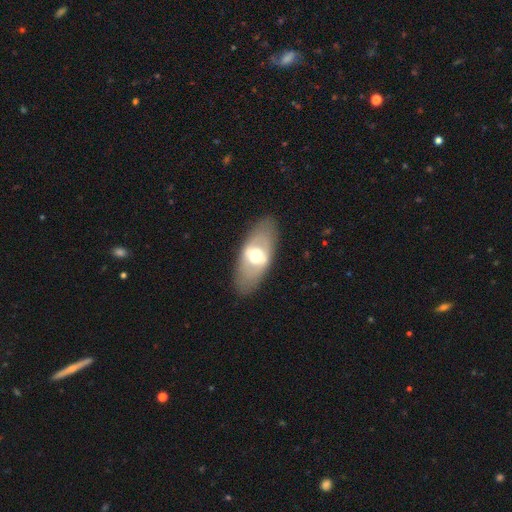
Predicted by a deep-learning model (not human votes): A featured or disk galaxy (53%). Merging: none (83%).